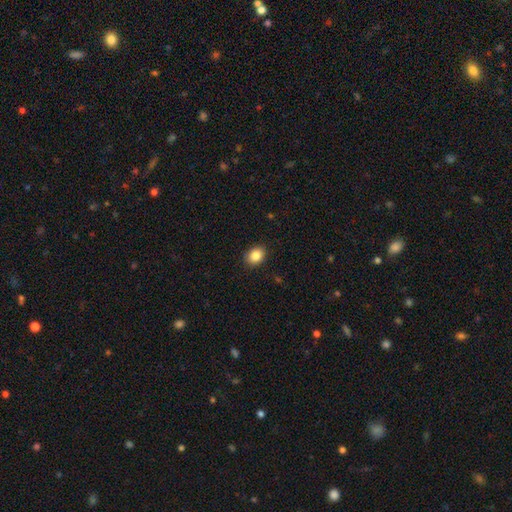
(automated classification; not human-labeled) smooth-or-featured: smooth: 86% | star or artifact: 9% | featured or disk: 5%
  how-rounded: in between: 57% | round: 42% | cigar-shaped: 1%
  merging: none: 89% | minor disturbance: 8% | major disturbance: 2% | merger: 1%